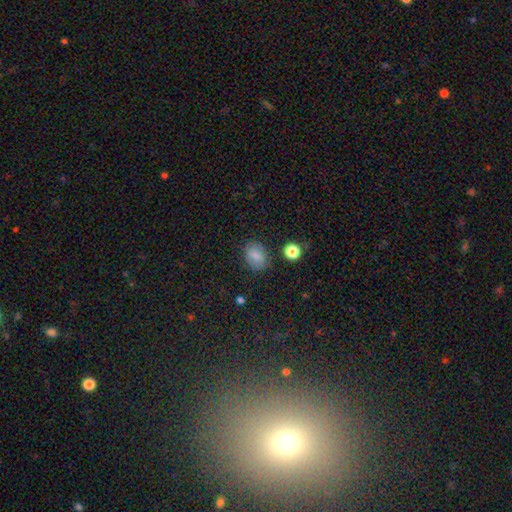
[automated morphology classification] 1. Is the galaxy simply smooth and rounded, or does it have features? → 80% smooth, 11% star or artifact, 9% featured or disk.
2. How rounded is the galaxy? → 60% in between, 39% round, 1% cigar-shaped.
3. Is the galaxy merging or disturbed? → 79% none, 14% minor disturbance, 4% major disturbance, 3% merger.